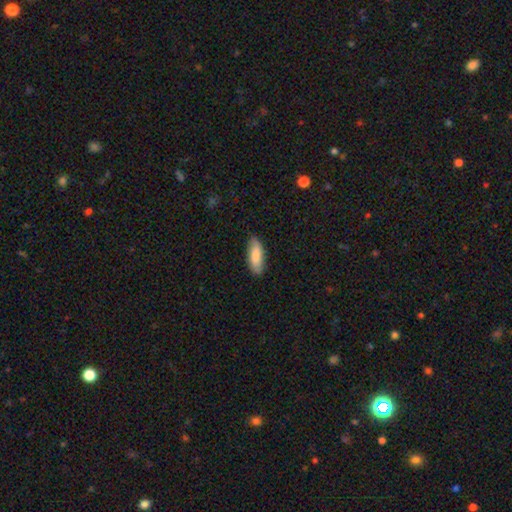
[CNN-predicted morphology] A smooth galaxy with no disk features (82%) that is in between round and cigar-shaped (67%). Merging: none (84%).